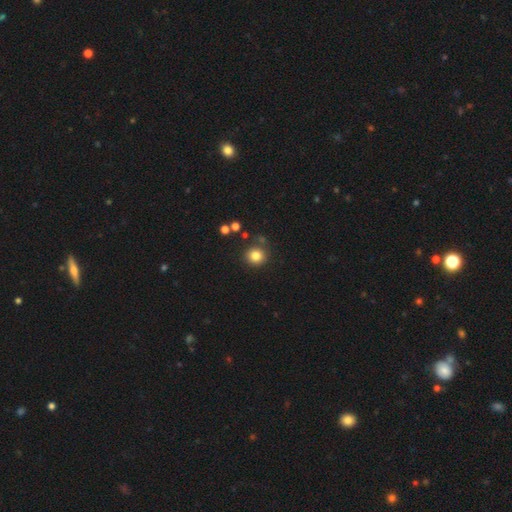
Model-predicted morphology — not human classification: Smooth or featured?
  - smooth: 82% *
  - star or artifact: 12%
  - featured or disk: 7%
How rounded?
  - round: 91% *
  - in between: 8%
  - cigar-shaped: 1%
Merging?
  - none: 82% *
  - minor disturbance: 9%
  - merger: 5%
  - major disturbance: 3%